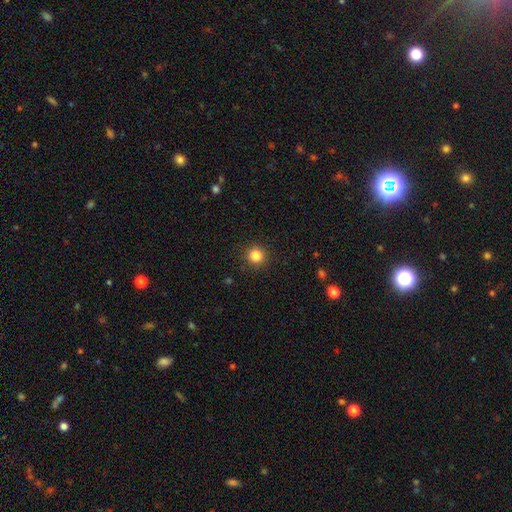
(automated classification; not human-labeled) Smooth or featured? smooth (84%)
How rounded? round (94%)
Merging? none (90%)